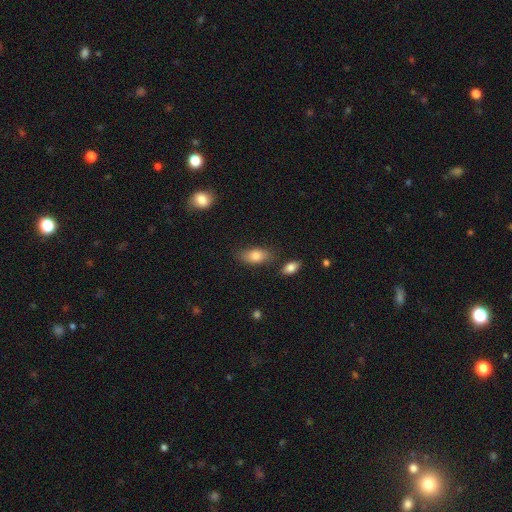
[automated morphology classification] Smooth or featured?
  - smooth: 80% *
  - featured or disk: 12%
  - star or artifact: 7%
How rounded?
  - in between: 90% *
  - cigar-shaped: 5%
  - round: 5%
Merging?
  - none: 75% *
  - minor disturbance: 15%
  - merger: 6%
  - major disturbance: 4%